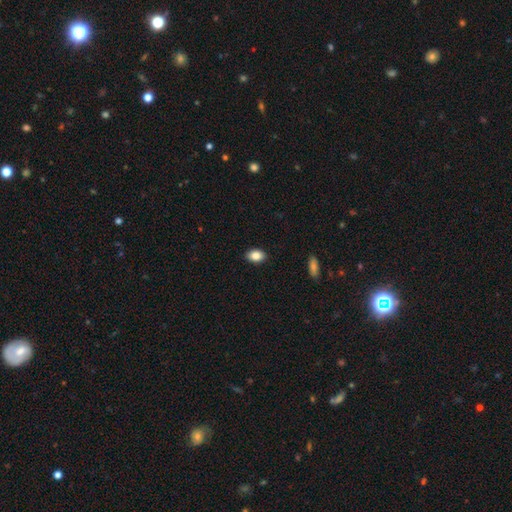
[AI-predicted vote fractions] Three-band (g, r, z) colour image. It shows a smooth galaxy with no disk features (87%) that is in between round and cigar-shaped (84%). Merging: none (89%).